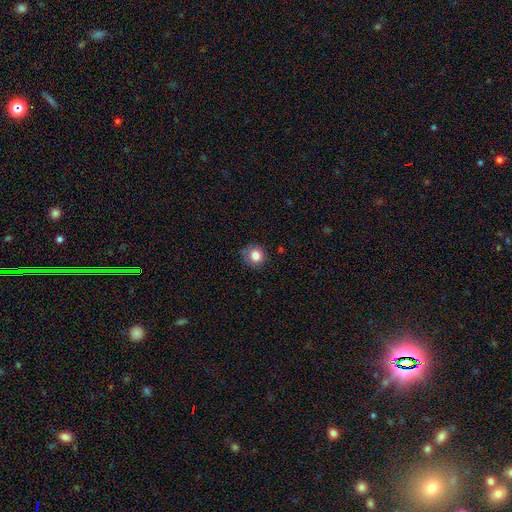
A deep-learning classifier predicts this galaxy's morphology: The model was most divided on "merging": none: 76%, minor disturbance: 19%, major disturbance: 4%, merger: 1%. More confident: how rounded — round (88%); smooth or featured — smooth (83%).